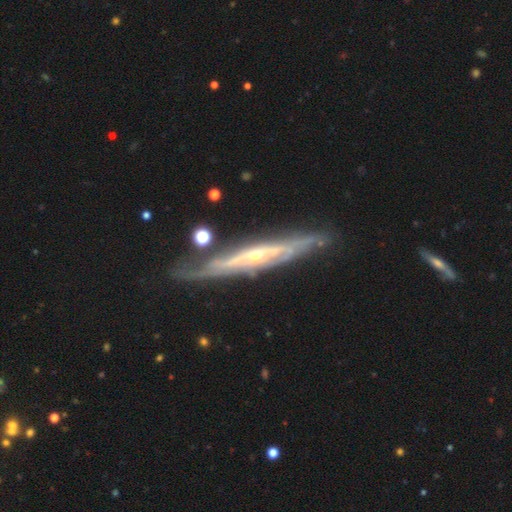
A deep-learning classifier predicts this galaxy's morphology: Smooth or featured: featured or disk — 85% (smooth — 10%)
Edge-on disk: yes — 74% (no — 26%)
Edge-on bulge: rounded — 69% (none — 28%)
Merging: none — 77% (minor disturbance — 16%)